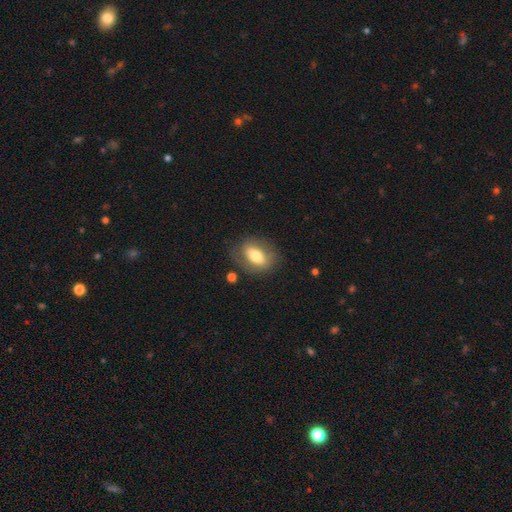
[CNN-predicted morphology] Smooth or featured: smooth — 56% (featured or disk — 36%)
How rounded: in between — 77% (round — 19%)
Merging: none — 74% (minor disturbance — 16%)